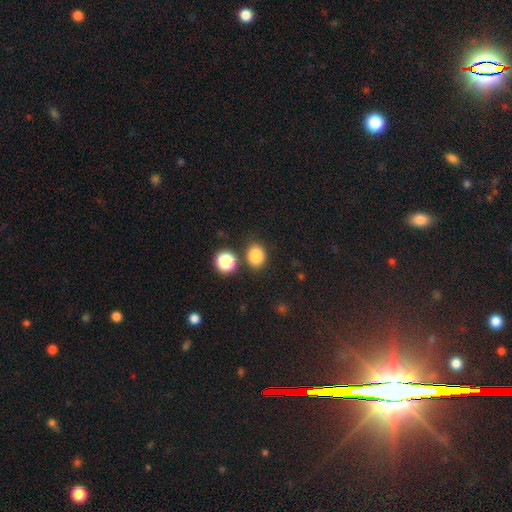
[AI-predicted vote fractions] Overall: smooth (83%). How rounded: round (62%; in between 37%). Merging: none (79%).